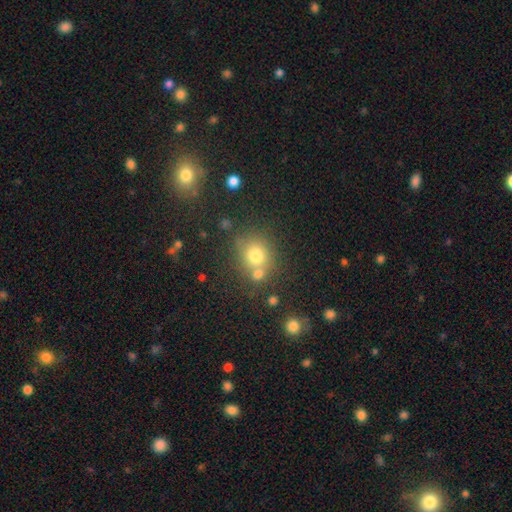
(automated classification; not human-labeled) Overall: smooth (73%). How rounded: round (78%). Merging: none (58%; merger 26%).